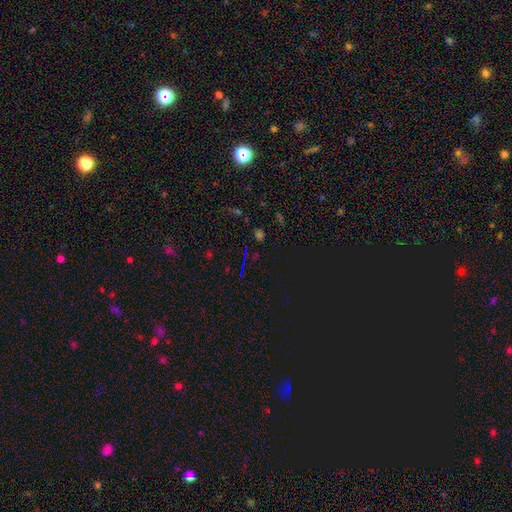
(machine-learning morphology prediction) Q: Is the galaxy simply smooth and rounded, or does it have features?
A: star or artifact — 71%.